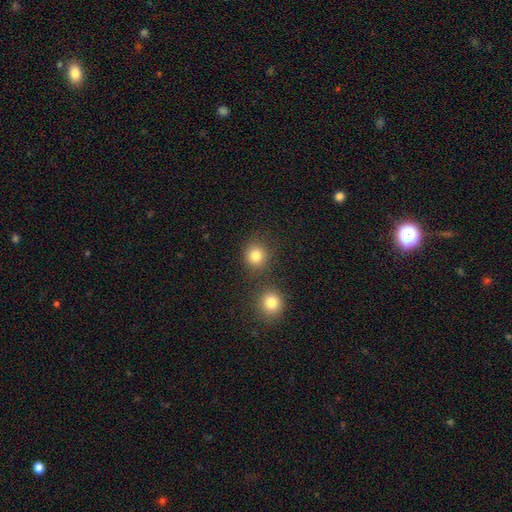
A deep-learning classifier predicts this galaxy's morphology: This is clearly a smooth galaxy (82%). How rounded: clearly round (89%). Merging: likely none (79%).